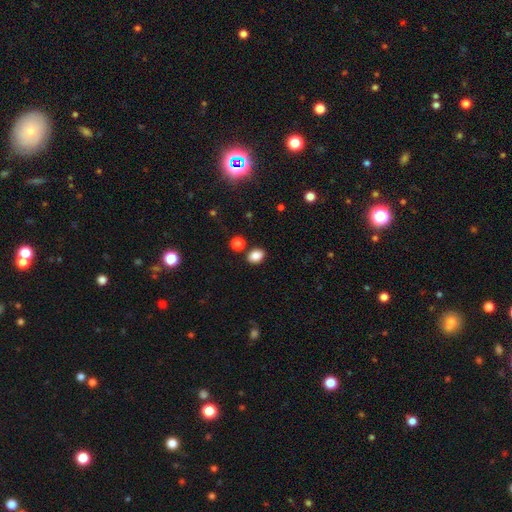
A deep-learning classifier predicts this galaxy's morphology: smooth-or-featured: smooth: 86% | star or artifact: 10% | featured or disk: 5%
  how-rounded: in between: 70% | round: 29% | cigar-shaped: 1%
  merging: none: 82% | minor disturbance: 9% | merger: 6% | major disturbance: 3%